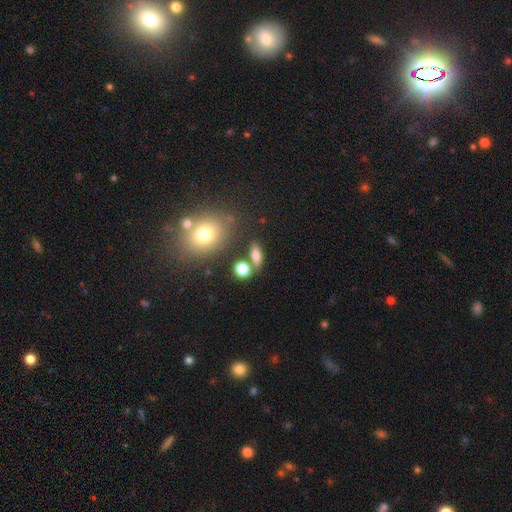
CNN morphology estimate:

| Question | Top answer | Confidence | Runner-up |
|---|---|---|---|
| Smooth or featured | smooth | 75% | featured or disk (13%) |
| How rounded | in between | 69% | cigar-shaped (16%) |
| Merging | none | 64% | merger (17%) |